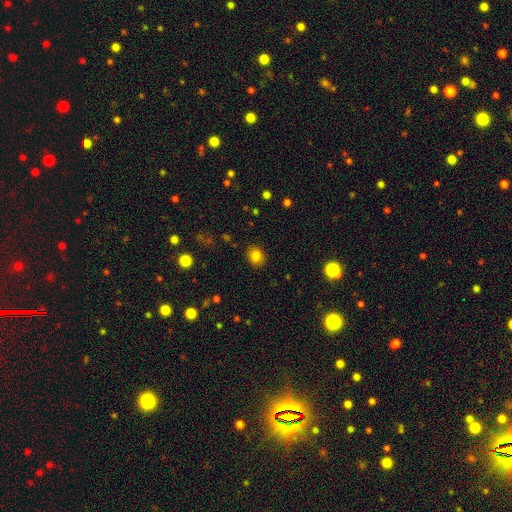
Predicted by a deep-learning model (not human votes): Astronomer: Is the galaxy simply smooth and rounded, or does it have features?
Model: smooth — 83%.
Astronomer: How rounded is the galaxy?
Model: round — 61% (runner-up: in between, 39%).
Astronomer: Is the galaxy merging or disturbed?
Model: none — 88%.